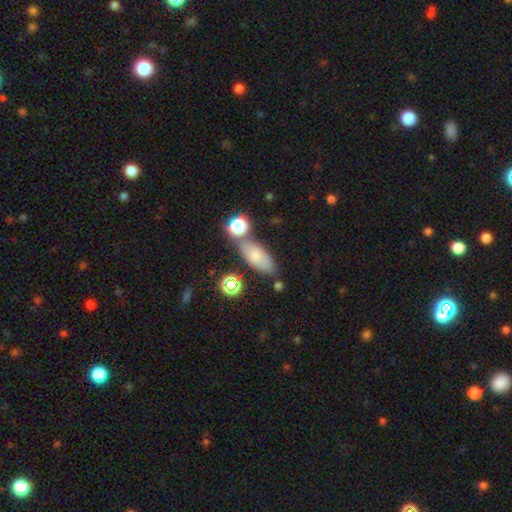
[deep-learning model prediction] Smooth or featured?
  - smooth: 73% *
  - featured or disk: 14%
  - star or artifact: 13%
How rounded?
  - in between: 72% *
  - cigar-shaped: 21%
  - round: 7%
Merging?
  - none: 63% *
  - merger: 16%
  - minor disturbance: 15%
  - major disturbance: 6%